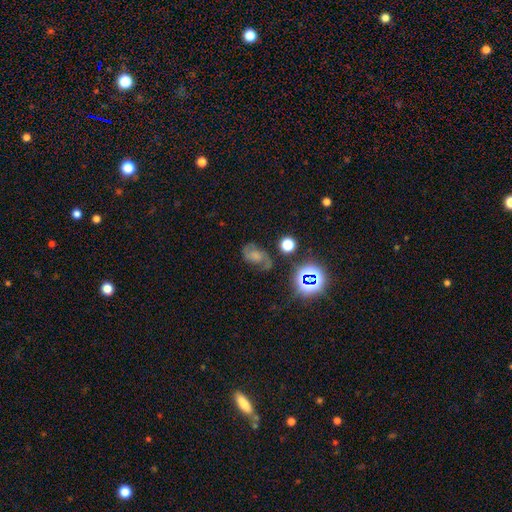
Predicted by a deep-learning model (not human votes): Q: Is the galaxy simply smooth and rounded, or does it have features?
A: featured or disk — 50%.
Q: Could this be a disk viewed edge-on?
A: no — 96%.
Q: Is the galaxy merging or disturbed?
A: none — 55%.